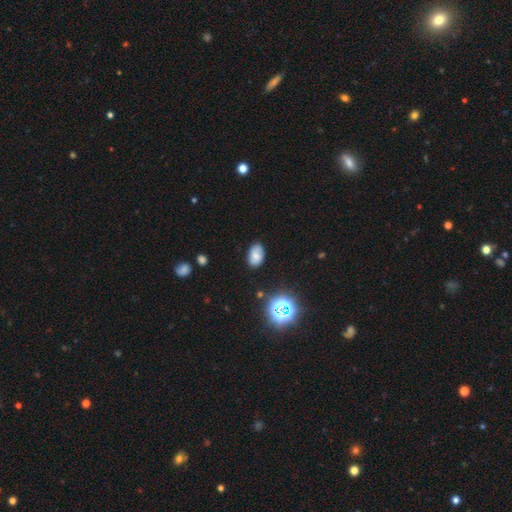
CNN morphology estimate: Overall: smooth (70%). How rounded: in between (89%). Merging: none (81%).